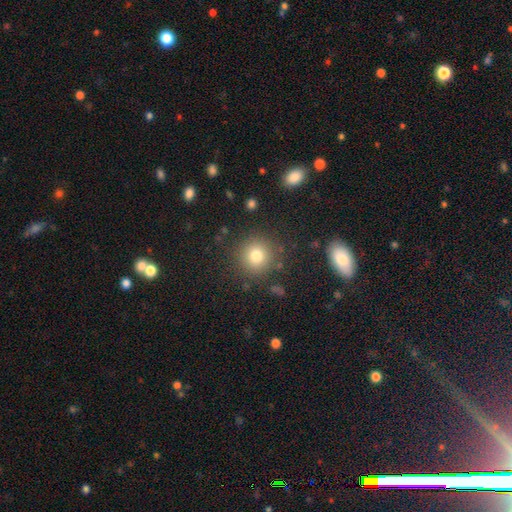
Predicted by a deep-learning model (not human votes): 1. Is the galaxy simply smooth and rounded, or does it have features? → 78% smooth, 13% star or artifact, 9% featured or disk.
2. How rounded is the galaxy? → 92% round, 7% in between, 1% cigar-shaped.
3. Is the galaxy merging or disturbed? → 86% none, 8% minor disturbance, 4% major disturbance, 2% merger.